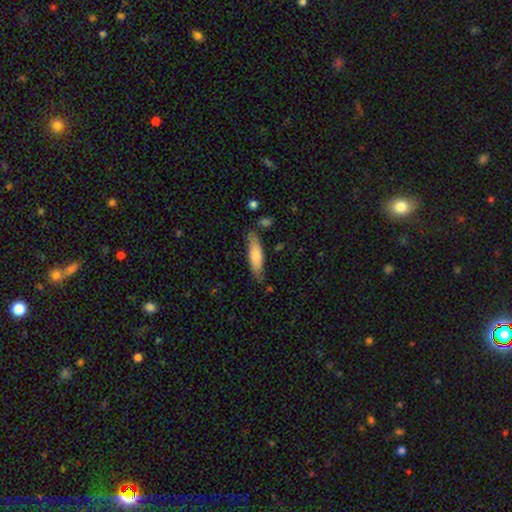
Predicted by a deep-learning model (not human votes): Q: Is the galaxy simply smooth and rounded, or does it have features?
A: smooth — 73%.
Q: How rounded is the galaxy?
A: cigar-shaped — 60%.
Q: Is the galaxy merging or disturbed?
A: none — 74%.